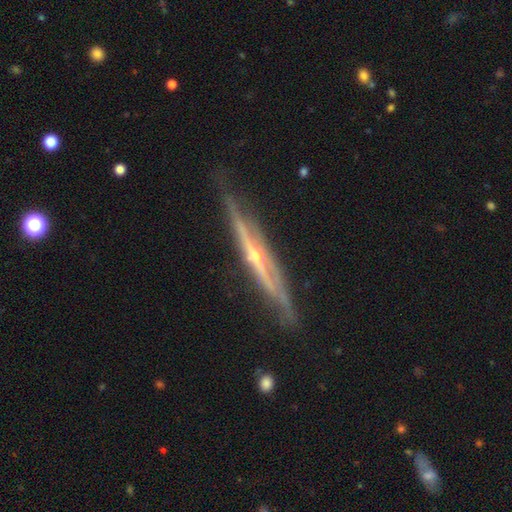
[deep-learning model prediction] smooth_or_featured: featured or disk (p=0.84) [alt: smooth p=0.10]
disk_edge_on: yes (p=0.93) [alt: no p=0.07]
edge_on_bulge: rounded (p=0.70) [alt: none p=0.25]
merging: none (p=0.78) [alt: minor disturbance p=0.17]